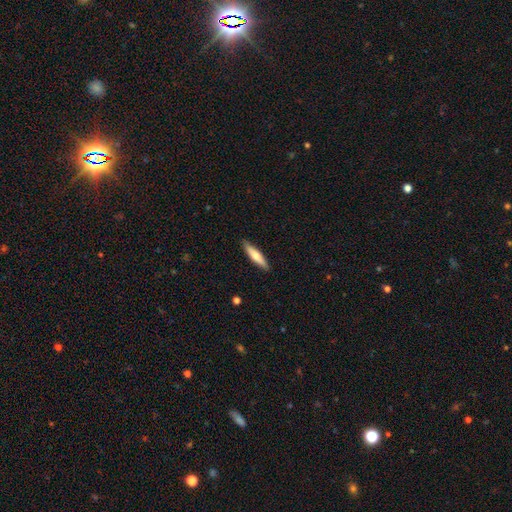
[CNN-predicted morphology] Smooth or featured? smooth (60%)
How rounded? cigar-shaped (81%)
Merging? none (89%)